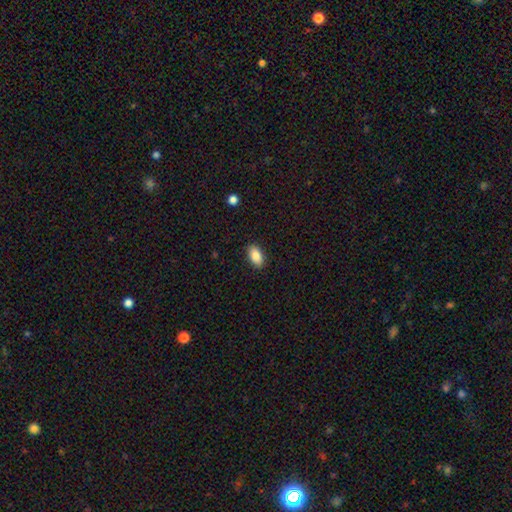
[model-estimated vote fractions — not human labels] A smooth galaxy with no disk features (86%) that is in between round and cigar-shaped (92%). Merging: none (89%).